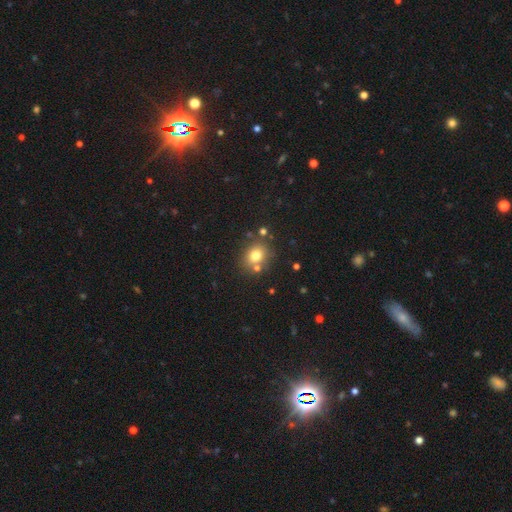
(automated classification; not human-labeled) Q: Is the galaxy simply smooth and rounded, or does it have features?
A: smooth — 76%.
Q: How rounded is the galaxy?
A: round — 64%.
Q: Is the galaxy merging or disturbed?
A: none — 72%.